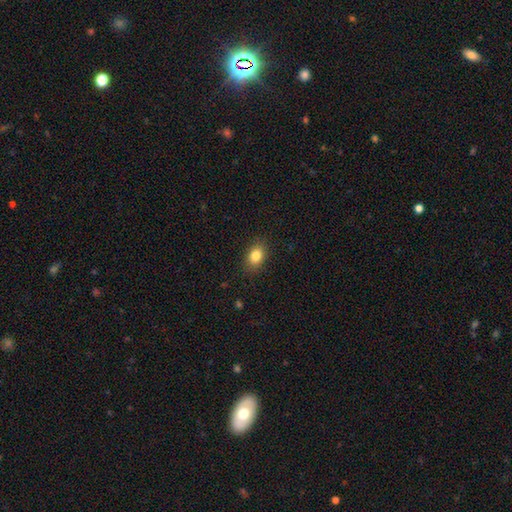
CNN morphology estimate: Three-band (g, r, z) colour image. It shows a smooth galaxy with no disk features (83%) that is in between round and cigar-shaped (74%). Merging: none (87%).